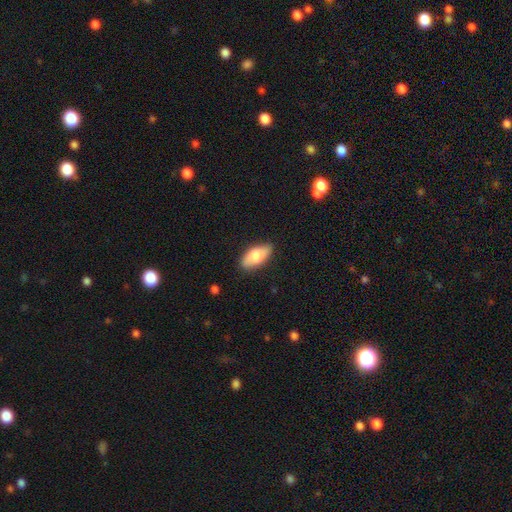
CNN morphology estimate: Overall: smooth (75%). How rounded: in between (88%). Merging: none (82%).